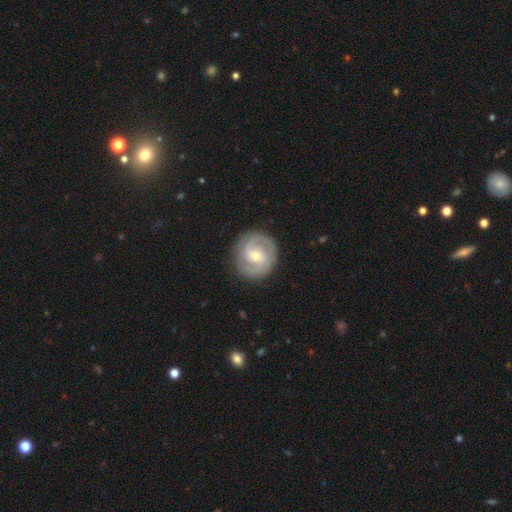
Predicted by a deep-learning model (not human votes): Smooth or featured? Predicted: featured or disk (p=0.83). Edge-on disk? Predicted: no (p=0.98). Bar? Predicted: no (p=0.49). Spiral arms? Predicted: yes (p=0.95). Spiral winding? Predicted: tight (p=0.53). Spiral arm count? Predicted: 2 (p=0.65). Bulge size? Predicted: moderate (p=0.49). Merging? Predicted: none (p=0.87).